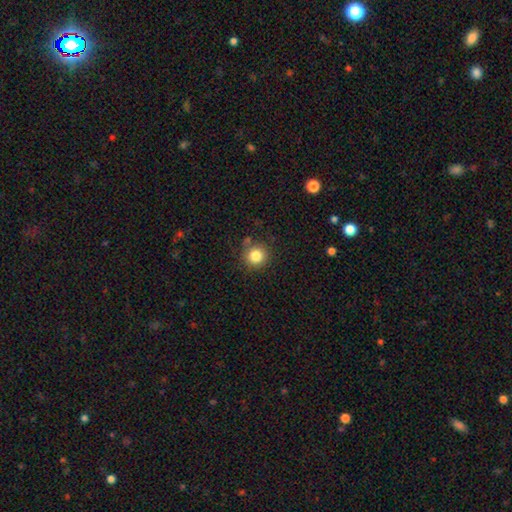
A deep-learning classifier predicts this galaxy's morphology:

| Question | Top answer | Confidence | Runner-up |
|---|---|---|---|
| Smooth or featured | smooth | 83% | star or artifact (11%) |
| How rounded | round | 93% | in between (6%) |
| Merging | none | 83% | minor disturbance (10%) |